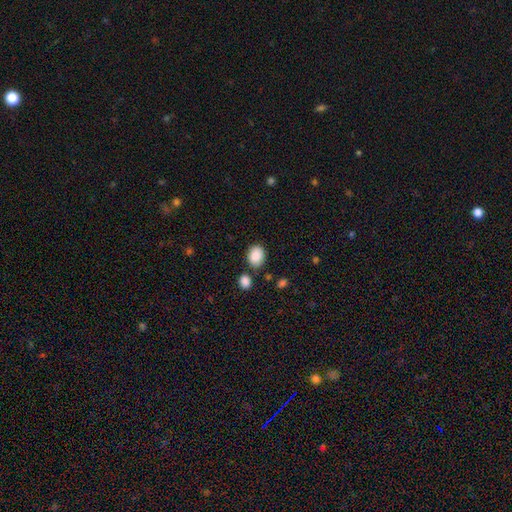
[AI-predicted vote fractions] smooth_or_featured: smooth (p=0.89) [alt: star or artifact p=0.08]
how_rounded: in between (p=0.65) [alt: round p=0.34]
merging: none (p=0.74) [alt: minor disturbance p=0.13]